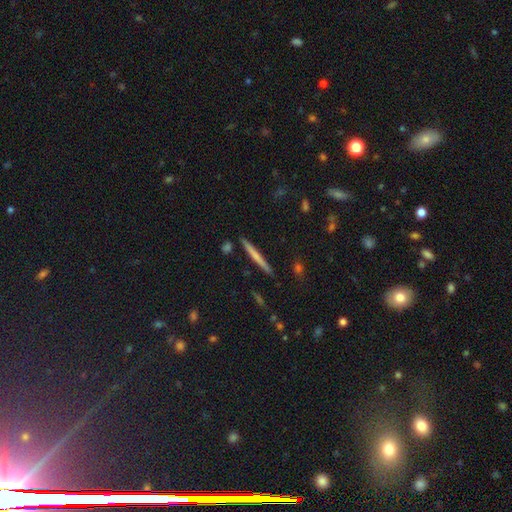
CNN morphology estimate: The model was most divided on "smooth or featured": smooth: 55%, featured or disk: 39%, star or artifact: 6%. More confident: how rounded — cigar-shaped (96%); merging — none (90%).